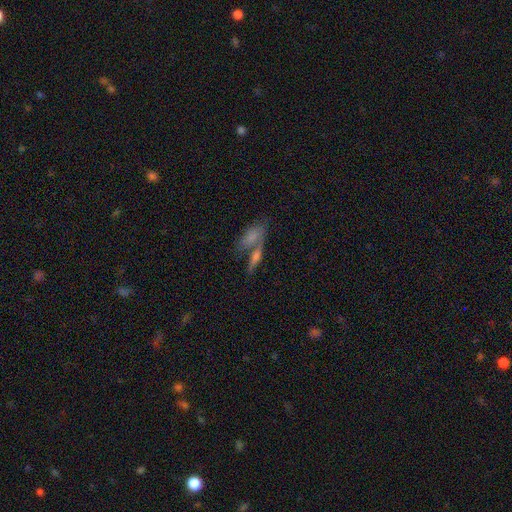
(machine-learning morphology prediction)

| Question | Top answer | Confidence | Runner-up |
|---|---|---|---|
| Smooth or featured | smooth | 55% | featured or disk (33%) |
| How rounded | cigar-shaped | 50% | in between (46%) |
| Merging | merger | 46% | none (39%) |